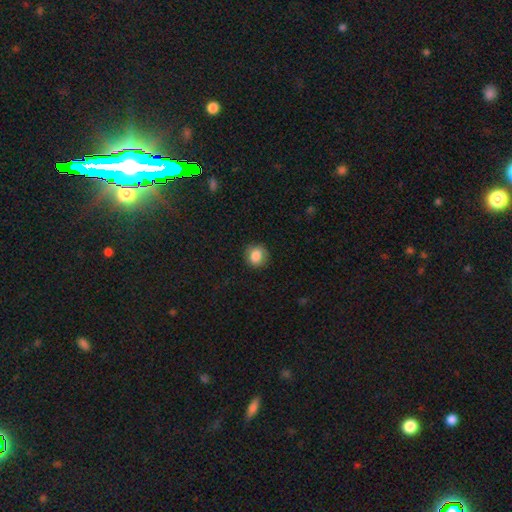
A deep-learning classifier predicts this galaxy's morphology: Smooth or featured?
  - smooth: 85% *
  - star or artifact: 9%
  - featured or disk: 6%
How rounded?
  - round: 80% *
  - in between: 19%
  - cigar-shaped: 1%
Merging?
  - none: 86% *
  - minor disturbance: 10%
  - major disturbance: 3%
  - merger: 1%